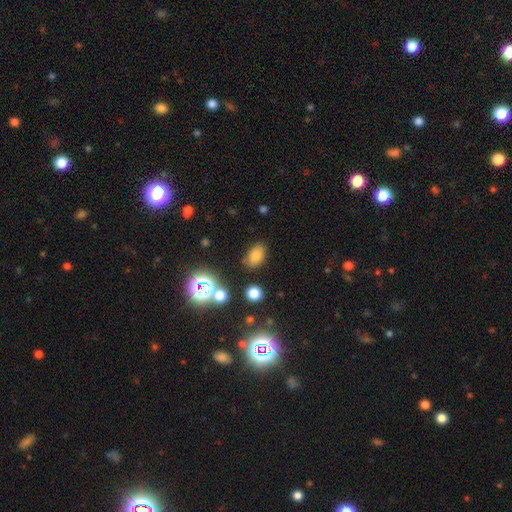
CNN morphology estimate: This is likely a smooth galaxy (74%). How rounded: clearly in between (83%). Merging: likely none (80%).